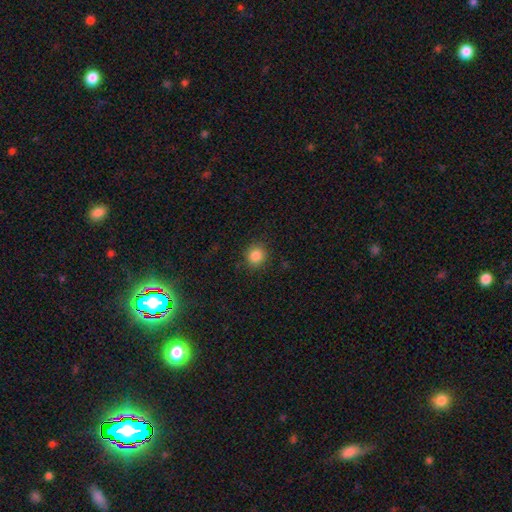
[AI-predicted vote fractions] Smooth or featured?
  - smooth: 85% *
  - star or artifact: 11%
  - featured or disk: 4%
How rounded?
  - round: 88% *
  - in between: 11%
  - cigar-shaped: 1%
Merging?
  - none: 89% *
  - minor disturbance: 7%
  - major disturbance: 2%
  - merger: 1%